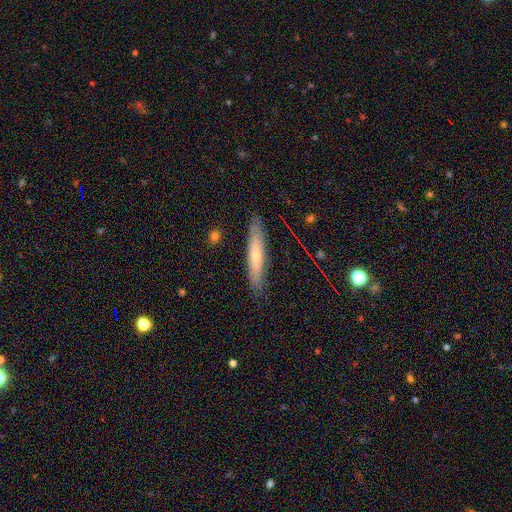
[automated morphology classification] Smooth or featured?
  - smooth: 52% *
  - featured or disk: 41%
  - star or artifact: 7%
How rounded?
  - cigar-shaped: 90% *
  - in between: 8%
  - round: 2%
Merging?
  - none: 87% *
  - minor disturbance: 10%
  - major disturbance: 2%
  - merger: 1%